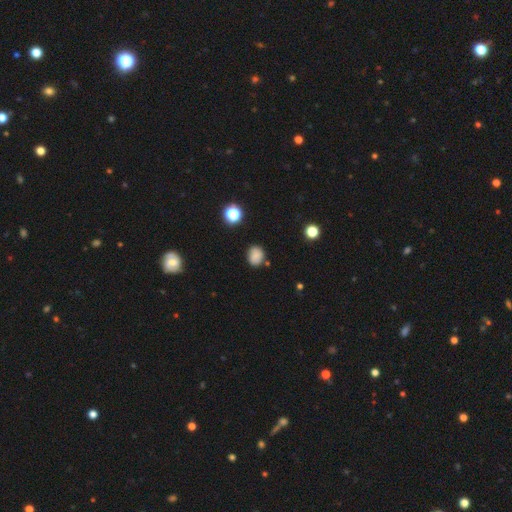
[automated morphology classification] The model was most divided on "how rounded": round: 52%, in between: 47%, cigar-shaped: 1%. More confident: smooth or featured — smooth (82%); merging — none (77%).